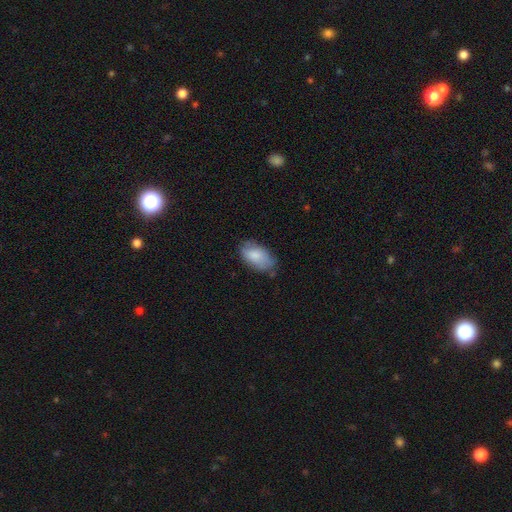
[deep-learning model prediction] Morphology: type=smooth (81%); roundness=in between (94%); merging=none (64%).